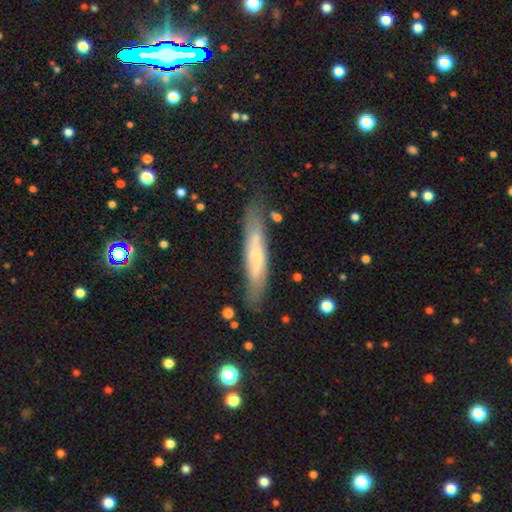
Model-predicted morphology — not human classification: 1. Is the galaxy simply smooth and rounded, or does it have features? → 50% smooth, 42% featured or disk, 8% star or artifact.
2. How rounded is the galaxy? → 88% cigar-shaped, 10% in between, 1% round.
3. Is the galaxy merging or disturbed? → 76% none, 17% minor disturbance, 4% major disturbance, 3% merger.